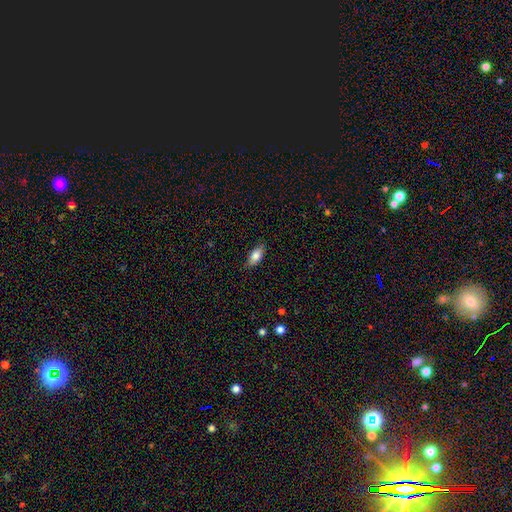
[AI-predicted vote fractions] Overall: smooth (80%). How rounded: in between (85%). Merging: none (82%).